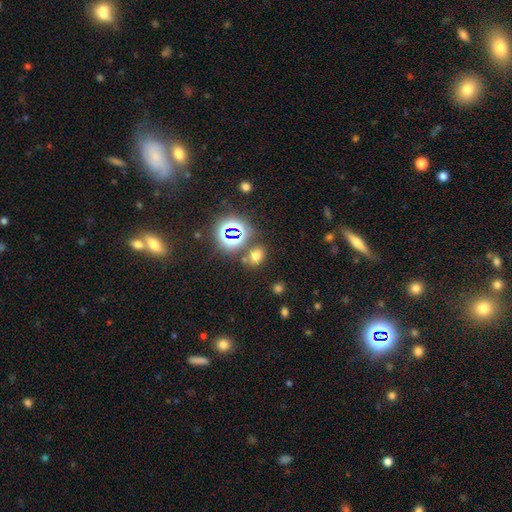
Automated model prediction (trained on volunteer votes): Smooth or featured? smooth (63%)
How rounded? in between (61%)
Merging? none (74%)